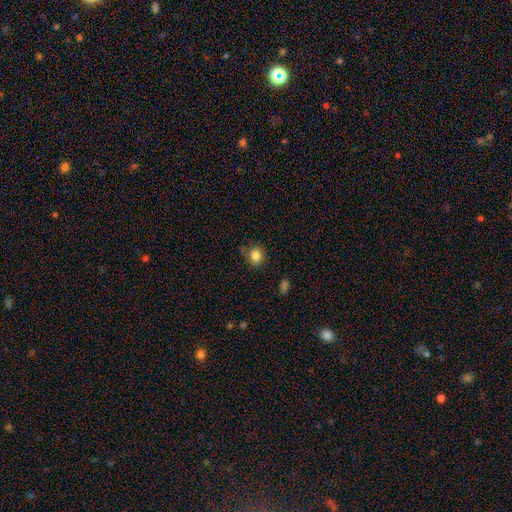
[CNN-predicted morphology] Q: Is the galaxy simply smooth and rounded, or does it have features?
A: smooth — 85%.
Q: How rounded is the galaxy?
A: round — 84%.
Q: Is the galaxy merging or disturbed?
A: none — 79%.